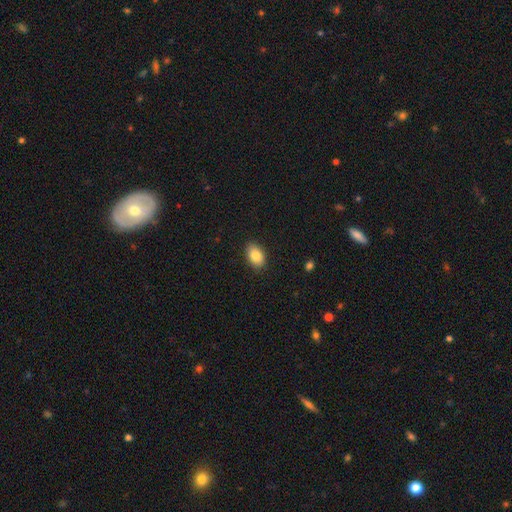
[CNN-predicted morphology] Smooth or featured? smooth (85%)
How rounded? in between (88%)
Merging? none (88%)